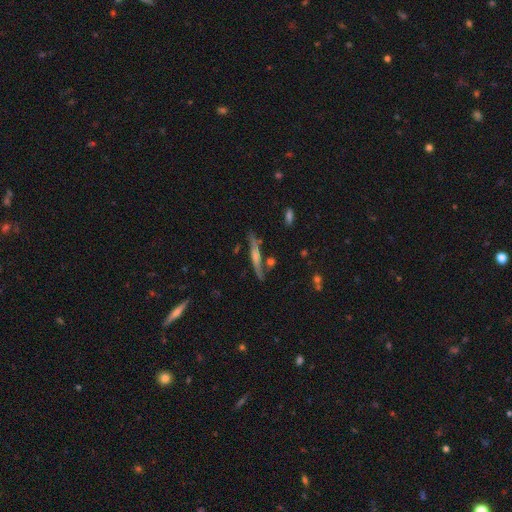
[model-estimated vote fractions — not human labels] Smooth or featured? Predicted: featured or disk (p=0.57). Edge-on disk? Predicted: yes (p=0.77). Merging? Predicted: none (p=0.72).